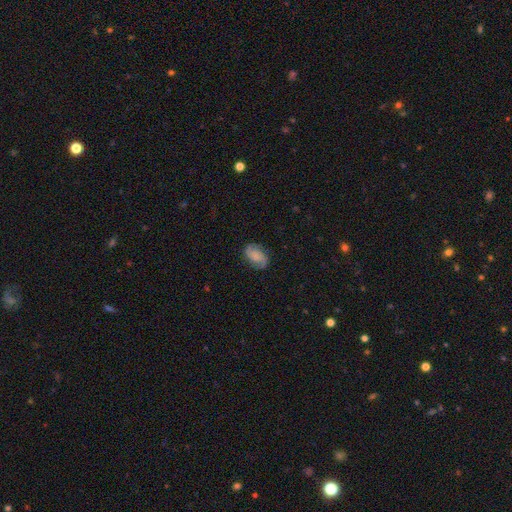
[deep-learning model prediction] smooth-or-featured: featured or disk: 54% | smooth: 38% | star or artifact: 9%
  disk-edge-on: no: 97% | yes: 3%
    bar: no: 63% | weak: 31% | strong: 7%
    has-spiral-arms: yes: 92% | no: 8%
    bulge-size: none: 42% | small: 24% | moderate: 20% | large: 11% | dominant: 3%
  merging: none: 79% | minor disturbance: 15% | major disturbance: 5% | merger: 1%